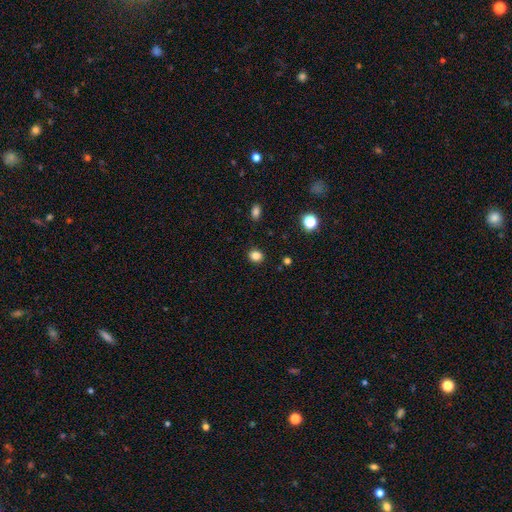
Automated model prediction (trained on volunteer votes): Smooth or featured: smooth — 84% (star or artifact — 12%)
How rounded: round — 67% (in between — 32%)
Merging: none — 89% (minor disturbance — 7%)